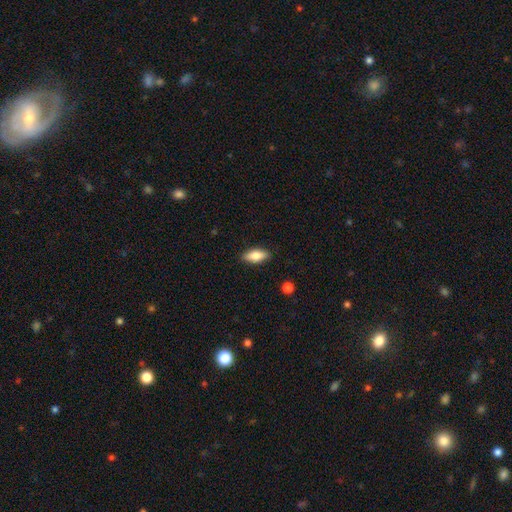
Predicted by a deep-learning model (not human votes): A smooth galaxy with no disk features (75%) that is in between round and cigar-shaped (80%).

Vote fractions:
- Smooth or featured? smooth: 75% / featured or disk: 18% / star or artifact: 7%
- How rounded? in between: 80% / cigar-shaped: 17% / round: 3%
- Merging? none: 87% / minor disturbance: 9% / major disturbance: 2% / merger: 1%